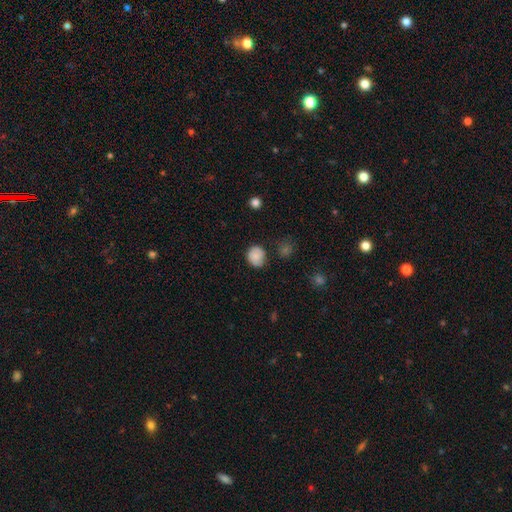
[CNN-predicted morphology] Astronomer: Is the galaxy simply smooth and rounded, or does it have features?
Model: smooth — 84%.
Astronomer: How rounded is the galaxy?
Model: round — 76%.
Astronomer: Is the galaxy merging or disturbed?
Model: none — 73%.